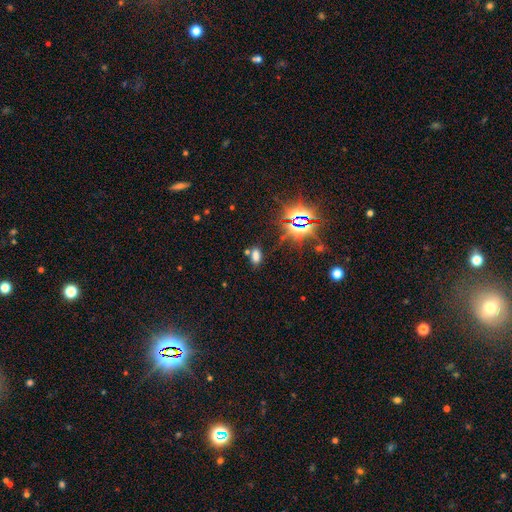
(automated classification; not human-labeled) smooth_or_featured: smooth (p=0.62) [alt: star or artifact p=0.30]
how_rounded: in between (p=0.88) [alt: round p=0.07]
merging: none (p=0.68) [alt: merger p=0.15]